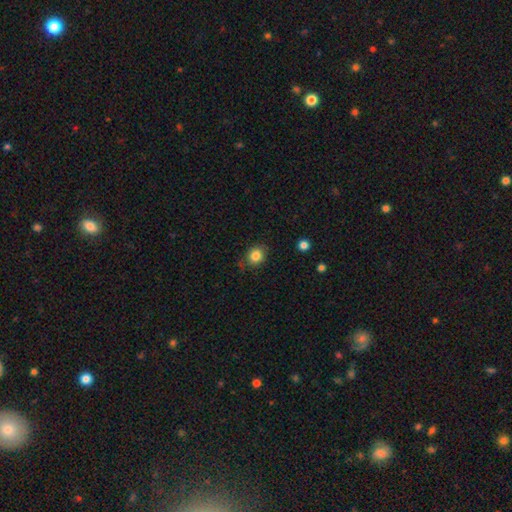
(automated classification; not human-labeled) This appears to be a smooth galaxy with no disk features (84%) that is round (68%). Merging: none (79%).